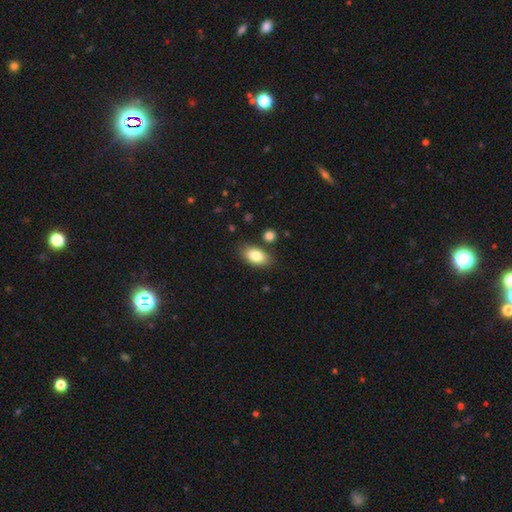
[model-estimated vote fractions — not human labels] Smooth or featured?
  - smooth: 83% *
  - featured or disk: 9%
  - star or artifact: 7%
How rounded?
  - in between: 91% *
  - round: 6%
  - cigar-shaped: 3%
Merging?
  - none: 81% *
  - minor disturbance: 11%
  - merger: 5%
  - major disturbance: 3%